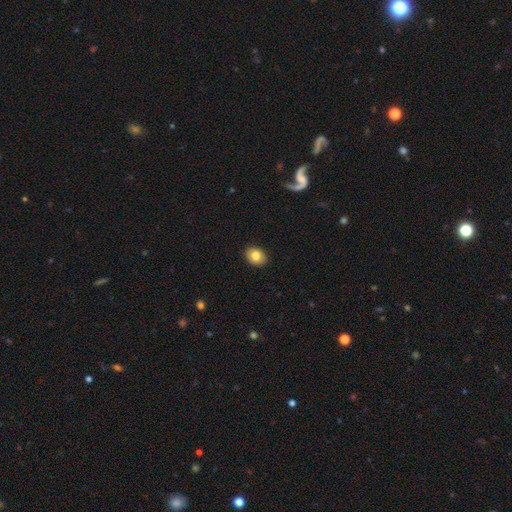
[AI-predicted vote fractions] Morphology: type=smooth (81%); roundness=in between (63%); merging=none (90%).